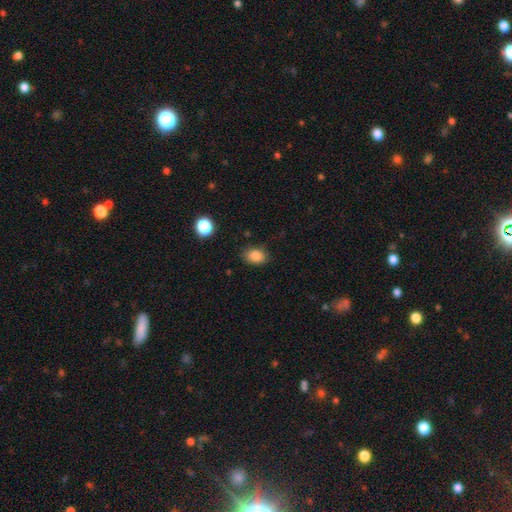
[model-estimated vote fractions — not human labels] Overall: smooth (84%). How rounded: in between (68%; round 31%). Merging: none (82%).